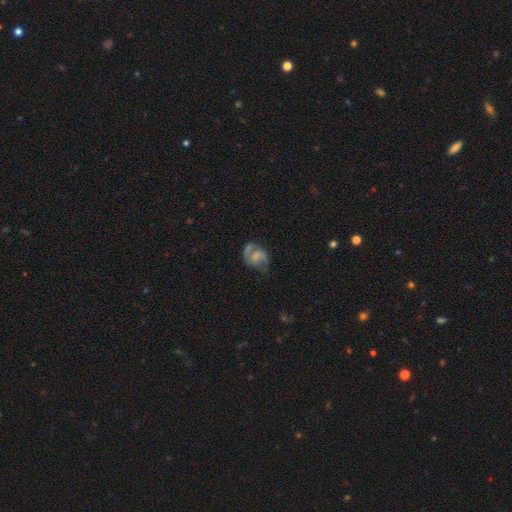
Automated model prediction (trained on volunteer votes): Smooth or featured? Predicted: featured or disk (p=0.67). Edge-on disk? Predicted: no (p=0.98). Bar? Predicted: no (p=0.50). Spiral arms? Predicted: yes (p=0.87). Spiral winding? Predicted: medium (p=0.48). Spiral arm count? Predicted: 2 (p=0.79). Bulge size? Predicted: none (p=0.41). Merging? Predicted: none (p=0.49).